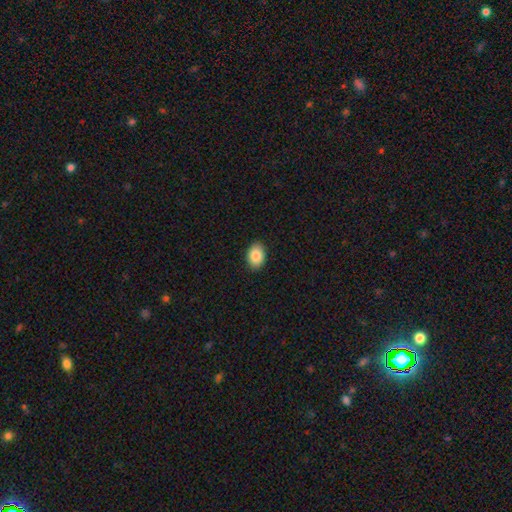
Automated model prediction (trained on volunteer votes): This appears to be a smooth galaxy with no disk features (87%) that is in between round and cigar-shaped (81%). Merging: none (90%).